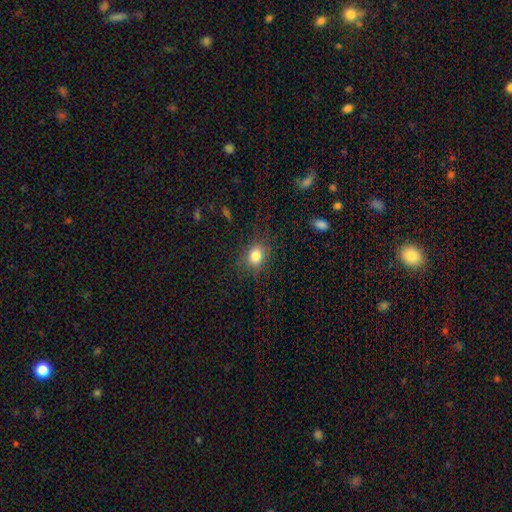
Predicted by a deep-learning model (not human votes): Q: Smooth or featured?
A: smooth (81%); runner-up: star or artifact (12%)
Q: How rounded?
A: round (53%); runner-up: in between (46%)
Q: Merging?
A: none (80%); runner-up: minor disturbance (14%)